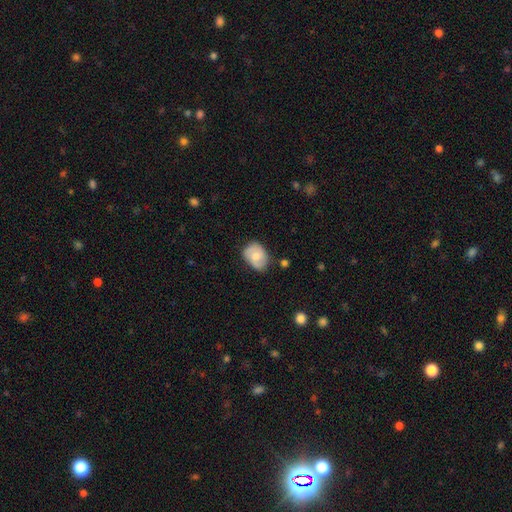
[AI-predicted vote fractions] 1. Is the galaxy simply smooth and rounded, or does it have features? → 59% smooth, 34% featured or disk, 7% star or artifact.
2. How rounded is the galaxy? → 67% in between, 32% round, 1% cigar-shaped.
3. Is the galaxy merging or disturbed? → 62% none, 30% minor disturbance, 6% major disturbance, 2% merger.